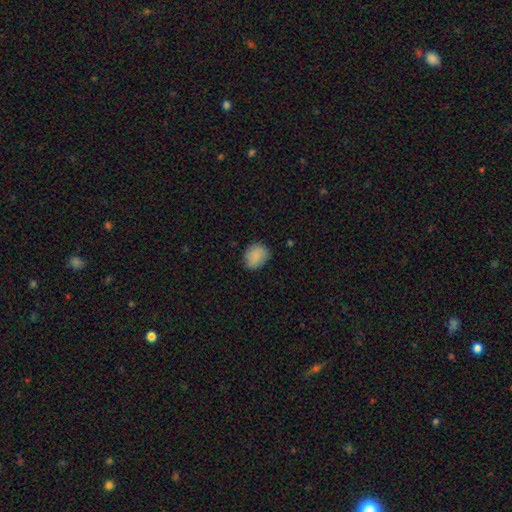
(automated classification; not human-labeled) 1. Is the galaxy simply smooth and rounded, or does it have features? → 86% smooth, 7% star or artifact, 7% featured or disk.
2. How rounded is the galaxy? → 63% round, 36% in between, 1% cigar-shaped.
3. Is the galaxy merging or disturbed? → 82% none, 14% minor disturbance, 3% major disturbance, 1% merger.